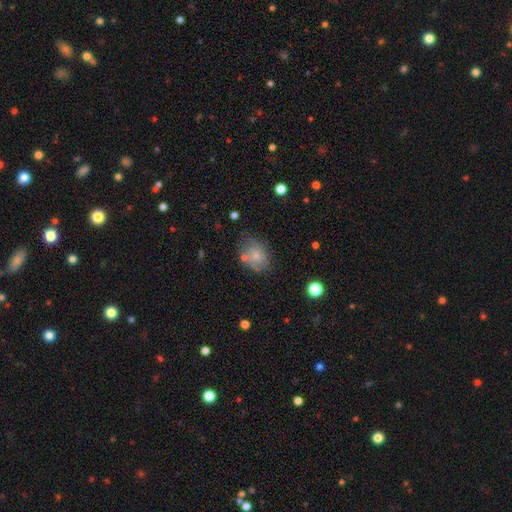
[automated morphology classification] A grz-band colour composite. It shows a smooth galaxy with no disk features (64%) that is in between round and cigar-shaped (68%). Merging: none (57%).